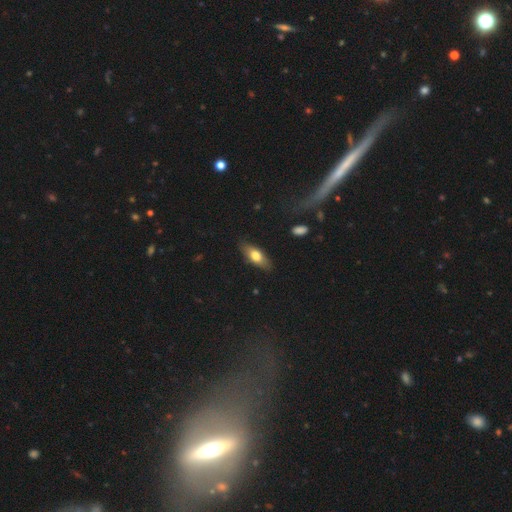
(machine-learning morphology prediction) Smooth or featured? Predicted: smooth (p=0.68). How rounded? Predicted: in between (p=0.70). Merging? Predicted: none (p=0.84).